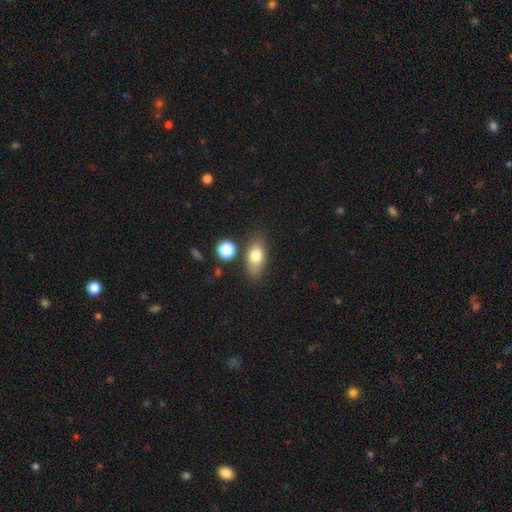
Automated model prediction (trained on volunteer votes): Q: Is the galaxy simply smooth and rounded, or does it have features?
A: smooth — 77%.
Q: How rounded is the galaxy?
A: in between — 80%.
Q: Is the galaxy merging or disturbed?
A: none — 75%.